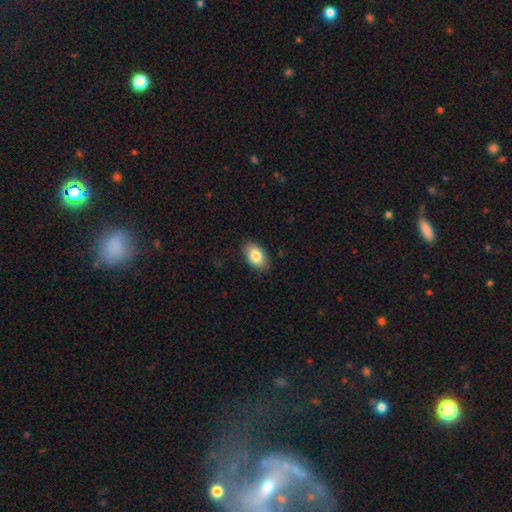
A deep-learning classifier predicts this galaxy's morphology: Q: Smooth or featured?
A: smooth (83%); runner-up: featured or disk (10%)
Q: How rounded?
A: in between (92%); runner-up: round (6%)
Q: Merging?
A: none (86%); runner-up: minor disturbance (11%)